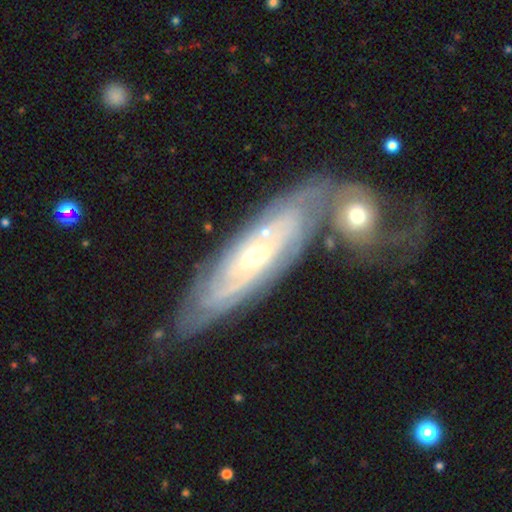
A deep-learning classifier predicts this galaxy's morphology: smooth_or_featured: featured or disk (p=0.86) [alt: smooth p=0.08]
disk_edge_on: no (p=0.83) [alt: yes p=0.17]
bar: no (p=0.57) [alt: weak p=0.30]
has_spiral_arms: yes (p=0.94) [alt: no p=0.06]
spiral_winding: tight (p=0.74) [alt: medium p=0.21]
spiral_arm_count: can't tell (p=0.46) [alt: 2 p=0.22]
bulge_size: small (p=0.49) [alt: moderate p=0.47]
merging: none (p=0.56) [alt: merger p=0.25]